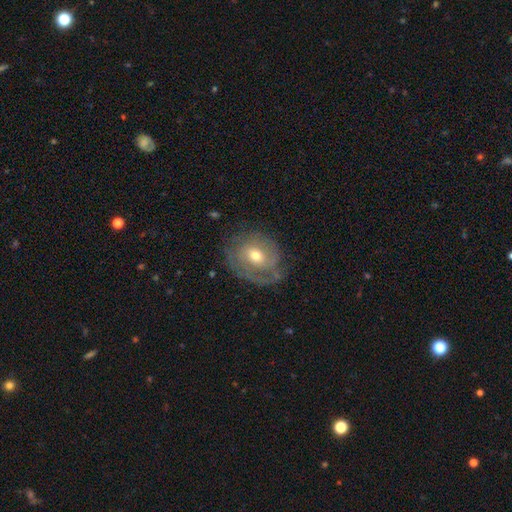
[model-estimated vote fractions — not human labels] A featured or disk galaxy (63%) with no bar (61%), spiral arms (76%) and a moderate central bulge (63%).

Vote fractions:
- Smooth or featured? featured or disk: 63% / smooth: 29% / star or artifact: 7%
- Edge-on disk? no: 96% / yes: 4%
- Bar? no: 61% / weak: 32% / strong: 8%
- Spiral arms? yes: 76% / no: 24%
- Bulge size? moderate: 63% / small: 31% / large: 4% / none: 1% / dominant: 1%
- Merging? none: 60% / minor disturbance: 24% / major disturbance: 15% / merger: 2%